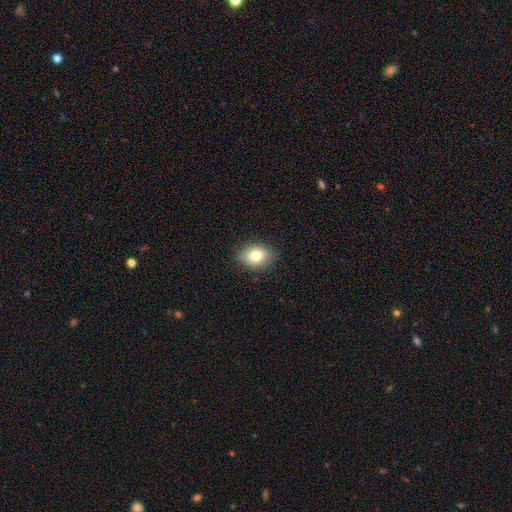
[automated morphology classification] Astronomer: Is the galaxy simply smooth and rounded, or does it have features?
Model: smooth — 77%.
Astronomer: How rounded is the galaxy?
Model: in between — 66%.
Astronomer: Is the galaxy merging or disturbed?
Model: none — 86%.